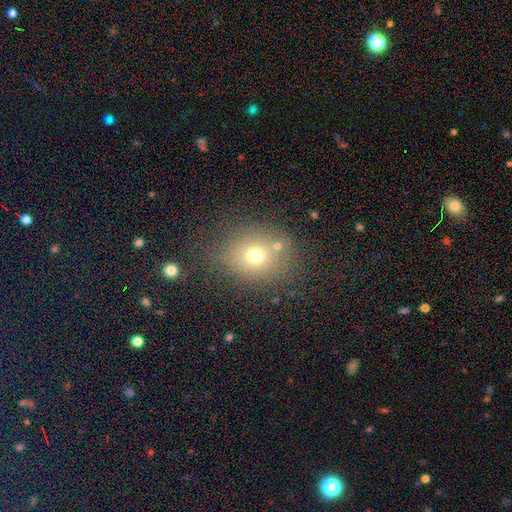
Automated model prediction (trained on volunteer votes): Smooth or featured?
  - smooth: 68% *
  - star or artifact: 18%
  - featured or disk: 14%
How rounded?
  - round: 66% *
  - in between: 33%
  - cigar-shaped: 1%
Merging?
  - none: 71% *
  - minor disturbance: 14%
  - merger: 8%
  - major disturbance: 6%